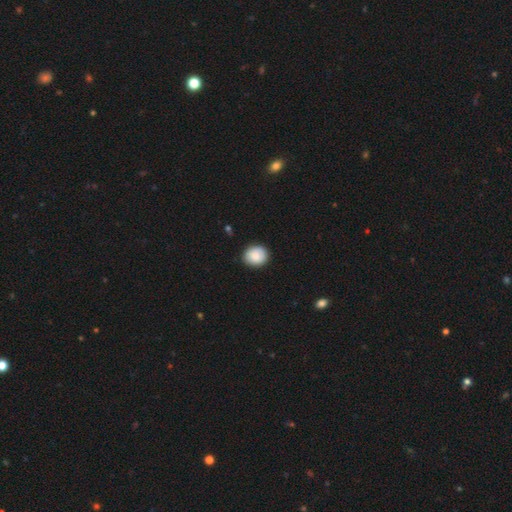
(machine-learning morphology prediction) type=smooth (87%); roundness=round (72%); merging=none (87%).